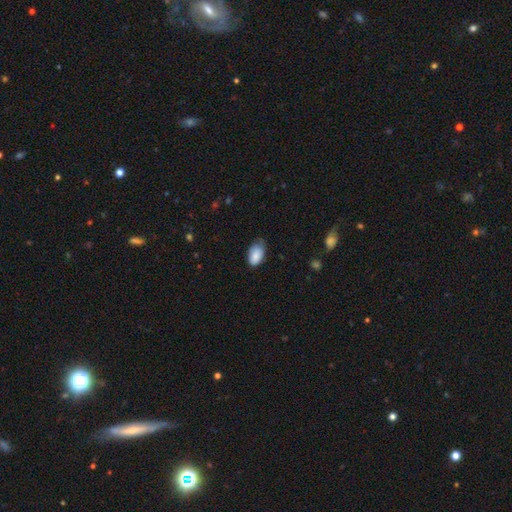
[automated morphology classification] A smooth galaxy with no disk features (86%) that is in between round and cigar-shaped (92%).

Vote fractions:
- Smooth or featured? smooth: 86% / featured or disk: 7% / star or artifact: 7%
- How rounded? in between: 92% / round: 6% / cigar-shaped: 1%
- Merging? none: 52% / minor disturbance: 39% / major disturbance: 7% / merger: 1%